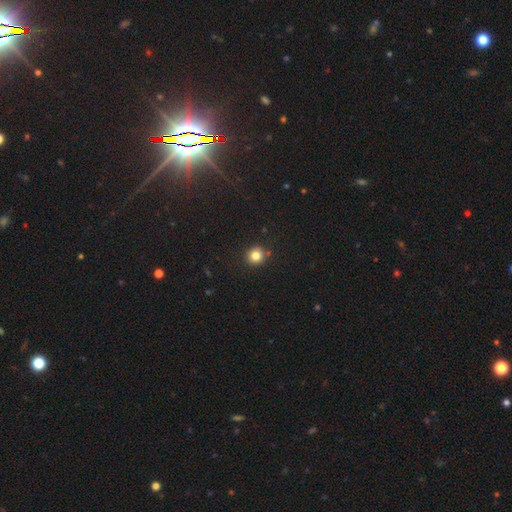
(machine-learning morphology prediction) The model was most divided on "smooth or featured": smooth: 82%, star or artifact: 13%, featured or disk: 6%. More confident: how rounded — round (92%); merging — none (88%).